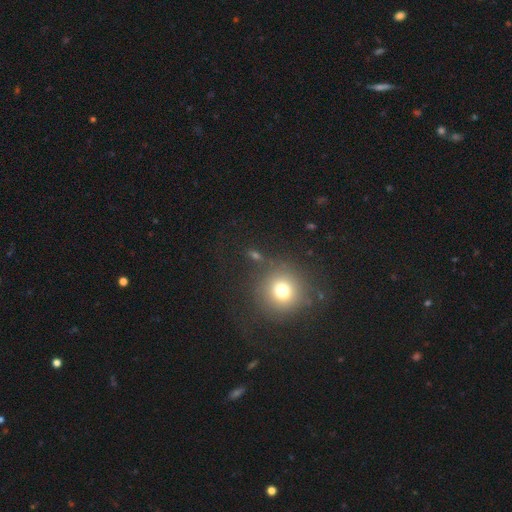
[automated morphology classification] Smooth or featured? Predicted: smooth (p=0.64). How rounded? Predicted: round (p=0.92). Merging? Predicted: none (p=0.78).